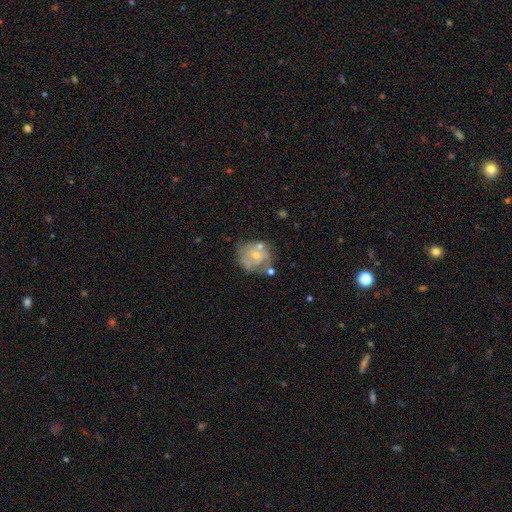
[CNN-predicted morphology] Overall: featured or disk (56%; smooth 36%). Edge-on disk: no (98%). Bar: no (77%). Spiral arms: yes (52%; no 48%). Bulge size: small (57%; moderate 36%). Merging: none (46%; minor disturbance 24%).